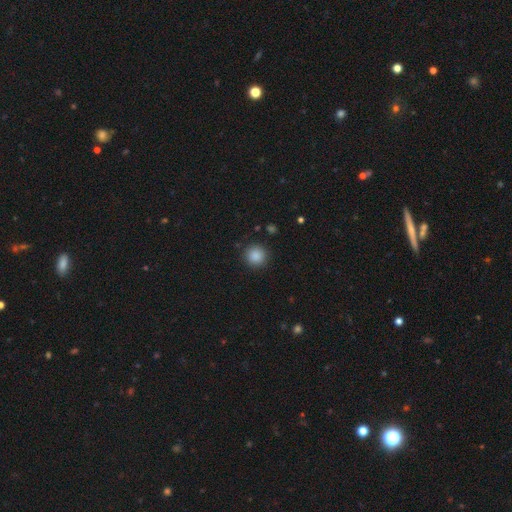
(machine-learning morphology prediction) Smooth or featured? smooth (87%)
How rounded? round (94%)
Merging? none (90%)